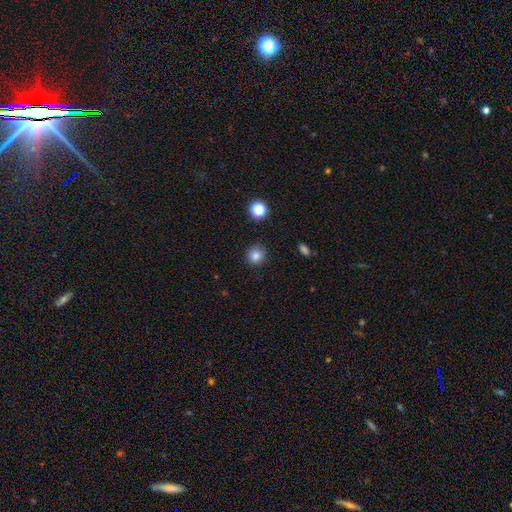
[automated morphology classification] This appears to be a smooth galaxy with no disk features (82%) that is round (89%). Merging: none (87%).